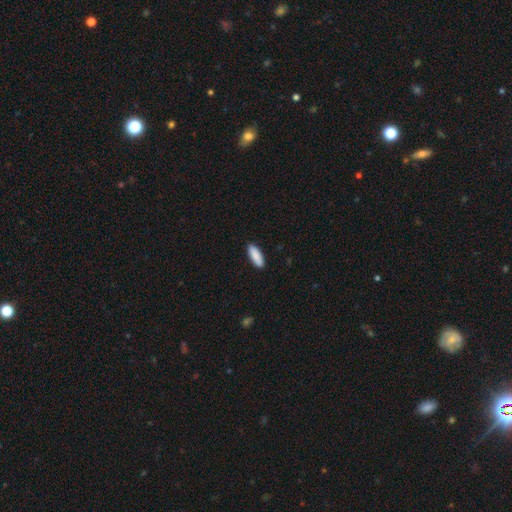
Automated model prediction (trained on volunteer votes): Smooth or featured? smooth (90%)
How rounded? in between (62%)
Merging? none (89%)